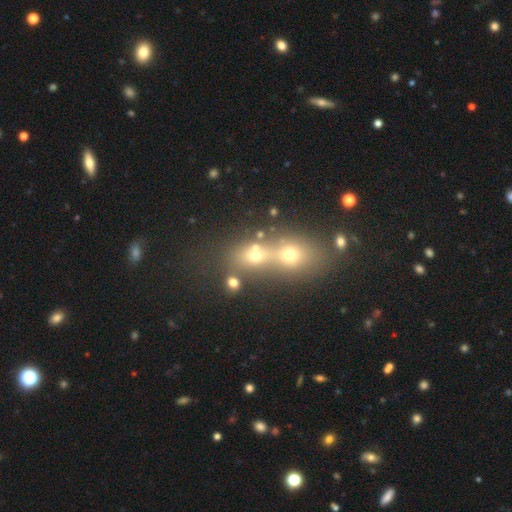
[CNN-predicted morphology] This is likely a smooth galaxy (62%). How rounded: possibly round (52%). Merging: likely merger (60%).